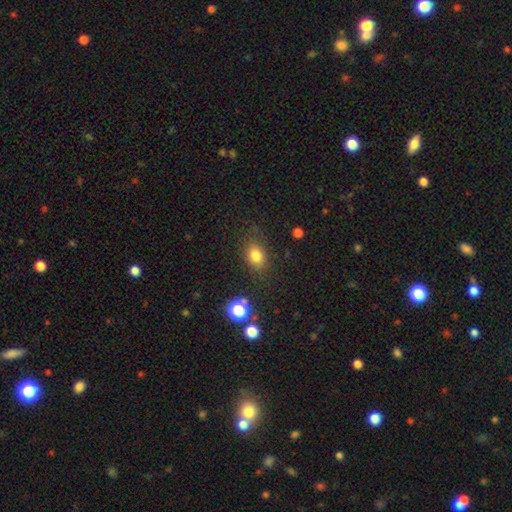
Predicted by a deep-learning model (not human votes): Morphology: type=smooth (79%); roundness=in between (60%); merging=none (80%).